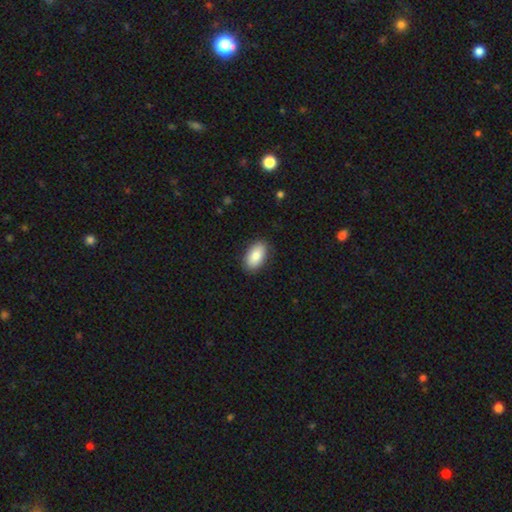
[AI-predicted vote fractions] Morphology: type=smooth (86%); roundness=in between (94%); merging=none (87%).